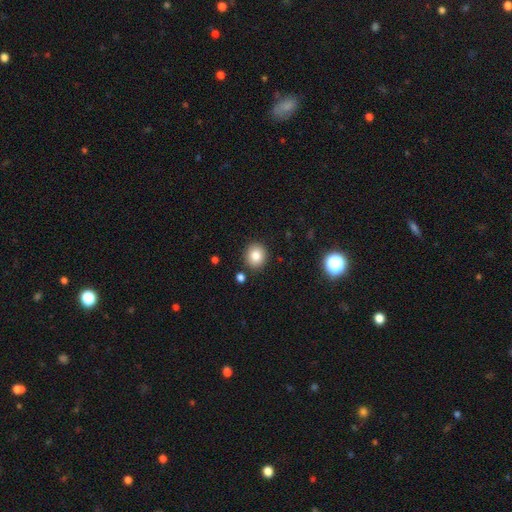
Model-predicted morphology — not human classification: type=smooth (82%); roundness=round (82%); merging=none (87%).